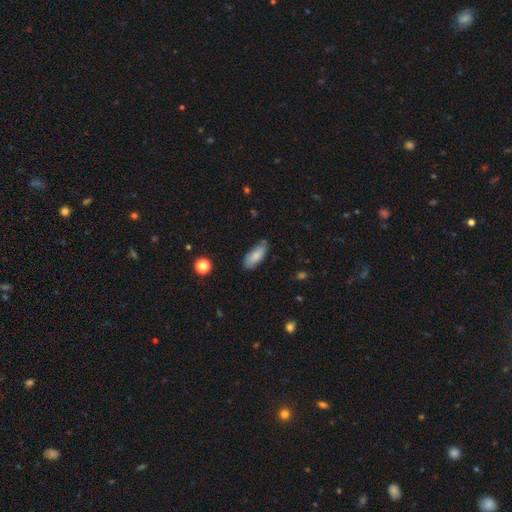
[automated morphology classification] type=smooth (83%); roundness=in between (81%); merging=none (79%).